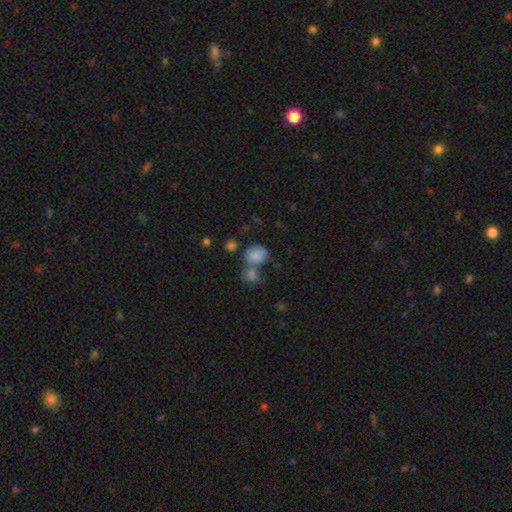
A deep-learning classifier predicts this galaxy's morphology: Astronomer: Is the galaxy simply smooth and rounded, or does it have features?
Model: smooth — 81%.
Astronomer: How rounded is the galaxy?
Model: round — 62% (runner-up: in between, 37%).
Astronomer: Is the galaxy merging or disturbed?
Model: merger — 45% (runner-up: none, 36%).